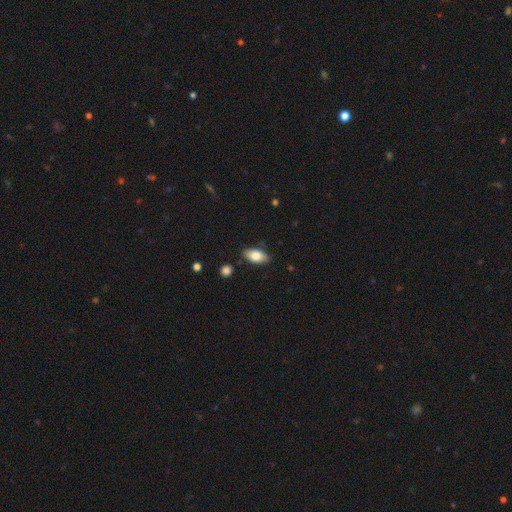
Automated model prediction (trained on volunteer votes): Smooth or featured? Predicted: smooth (p=0.80). How rounded? Predicted: in between (p=0.90). Merging? Predicted: none (p=0.83).